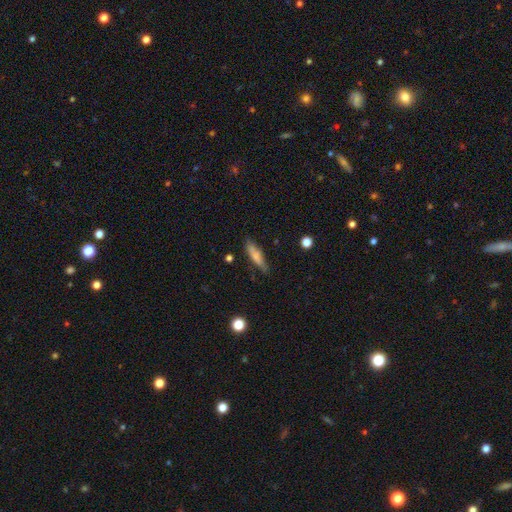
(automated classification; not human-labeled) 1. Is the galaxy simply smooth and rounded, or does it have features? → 65% smooth, 27% featured or disk, 8% star or artifact.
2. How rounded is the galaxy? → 71% cigar-shaped, 26% in between, 2% round.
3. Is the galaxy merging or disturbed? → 70% none, 21% minor disturbance, 5% major disturbance, 4% merger.